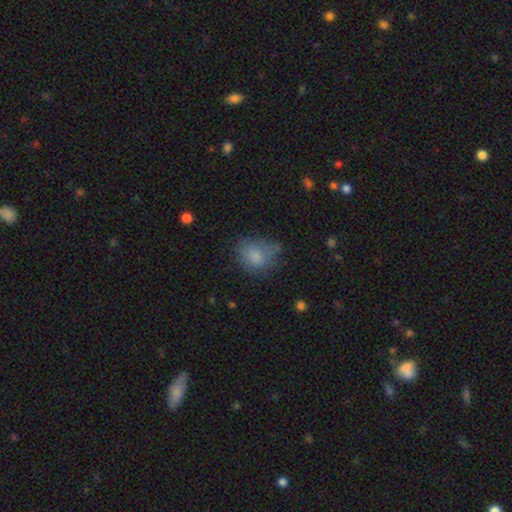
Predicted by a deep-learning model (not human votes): Morphology: type=smooth (78%); roundness=round (51%); merging=none (54%).